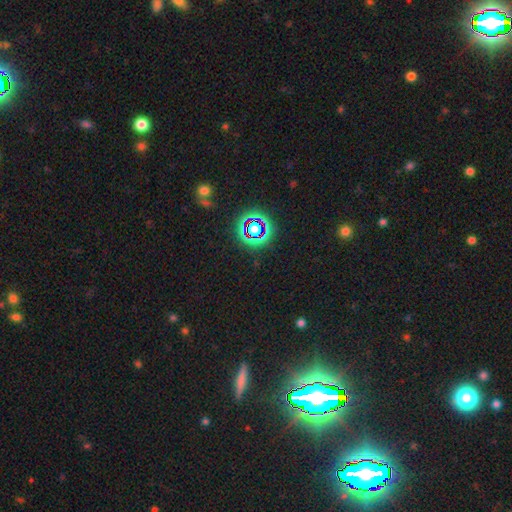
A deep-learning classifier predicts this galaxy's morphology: Smooth or featured?
  - star or artifact: 77% *
  - smooth: 14%
  - featured or disk: 9%